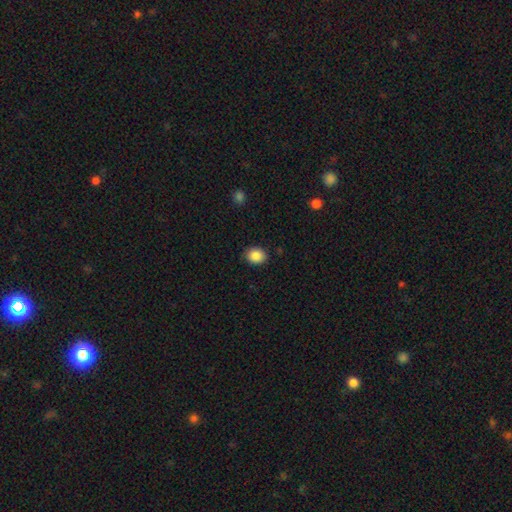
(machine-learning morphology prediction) Smooth or featured? smooth (87%)
How rounded? round (51%)
Merging? none (86%)